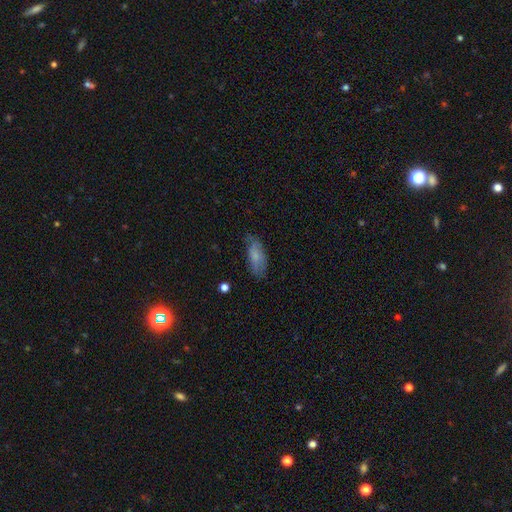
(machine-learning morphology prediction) This is likely a smooth galaxy (74%). How rounded: likely in between (74%). Merging: likely none (67%).